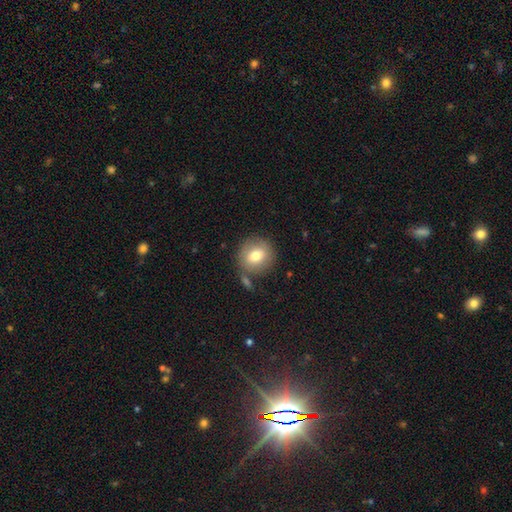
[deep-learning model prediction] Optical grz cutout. It shows a smooth galaxy with no disk features (76%) that is round (89%). Merging: none (73%).